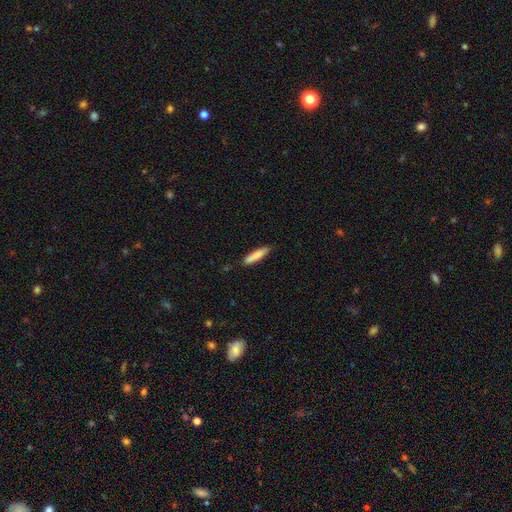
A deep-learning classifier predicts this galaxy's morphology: A smooth galaxy with no disk features (84%) that is cigar-shaped (83%). Merging: none (83%).